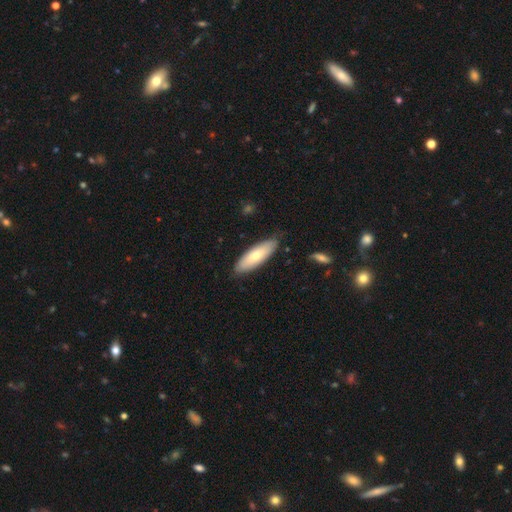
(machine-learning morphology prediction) Smooth or featured?
  - smooth: 68% *
  - featured or disk: 27%
  - star or artifact: 5%
How rounded?
  - in between: 58% *
  - cigar-shaped: 40%
  - round: 2%
Merging?
  - none: 83% *
  - minor disturbance: 13%
  - major disturbance: 2%
  - merger: 1%